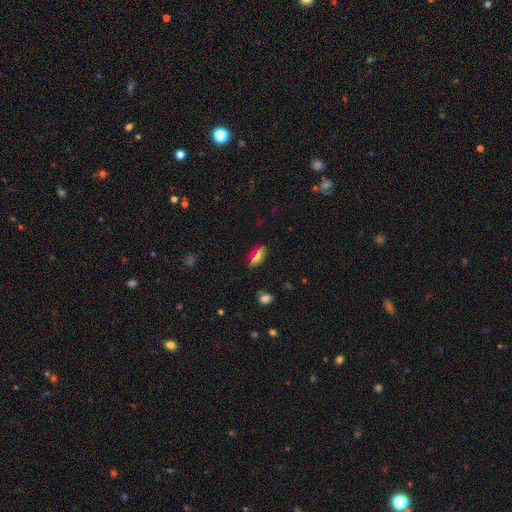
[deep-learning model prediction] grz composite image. It shows a smooth galaxy with no disk features (64%) that is in between round and cigar-shaped (81%). Merging: none (82%).